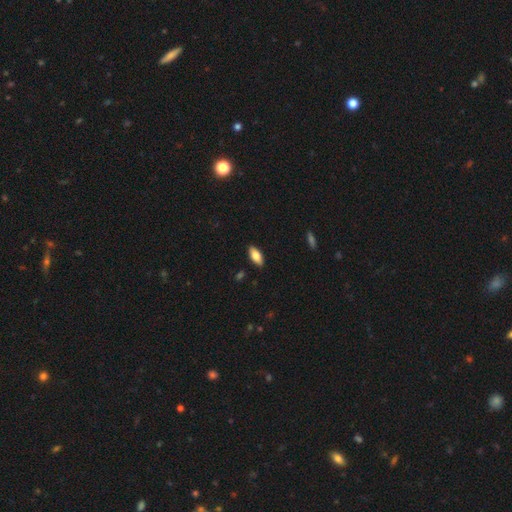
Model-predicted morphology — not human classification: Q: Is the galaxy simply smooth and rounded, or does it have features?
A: smooth — 79%.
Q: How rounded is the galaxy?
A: in between — 87%.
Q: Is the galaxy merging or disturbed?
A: none — 88%.